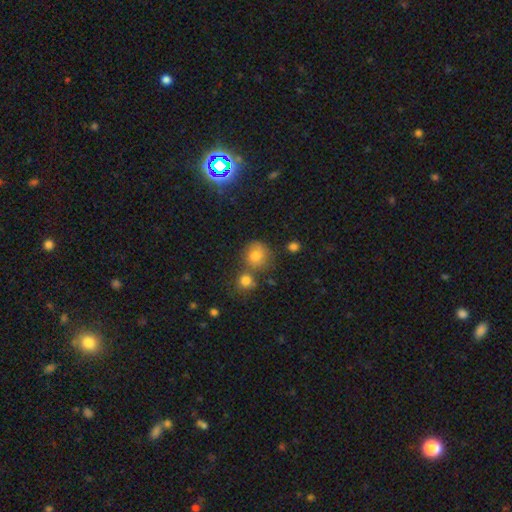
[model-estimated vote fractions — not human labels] The model was most divided on "merging": none: 59%, merger: 21%, minor disturbance: 15%, major disturbance: 6%. More confident: how rounded — round (84%); smooth or featured — smooth (70%).